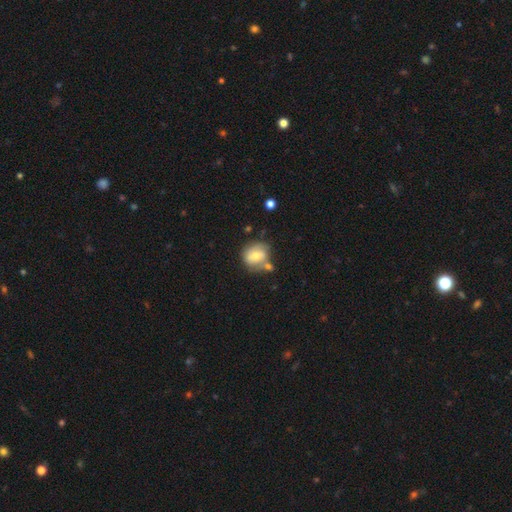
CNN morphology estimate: smooth-or-featured: smooth: 64% | featured or disk: 28% | star or artifact: 8%
  how-rounded: round: 71% | in between: 28% | cigar-shaped: 1%
  merging: none: 52% | merger: 21% | minor disturbance: 20% | major disturbance: 7%